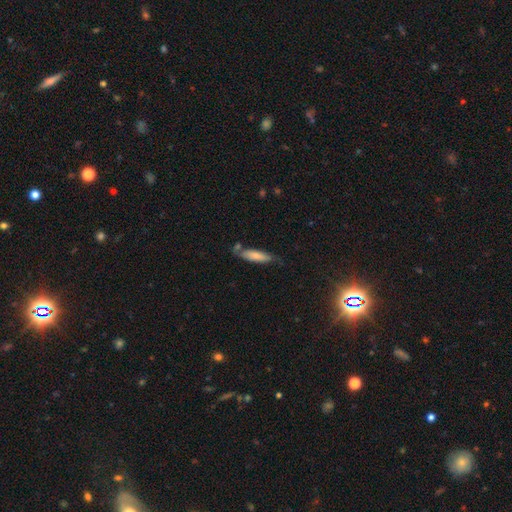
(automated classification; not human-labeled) Smooth or featured: smooth — 69% (featured or disk — 25%)
How rounded: cigar-shaped — 64% (in between — 34%)
Merging: none — 59% (minor disturbance — 25%)